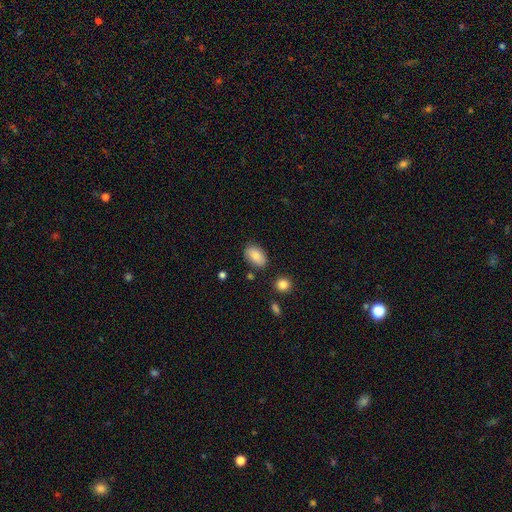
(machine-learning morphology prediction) Smooth or featured?
  - smooth: 85% *
  - featured or disk: 7%
  - star or artifact: 7%
How rounded?
  - in between: 91% *
  - round: 8%
  - cigar-shaped: 2%
Merging?
  - none: 80% *
  - minor disturbance: 14%
  - major disturbance: 3%
  - merger: 3%